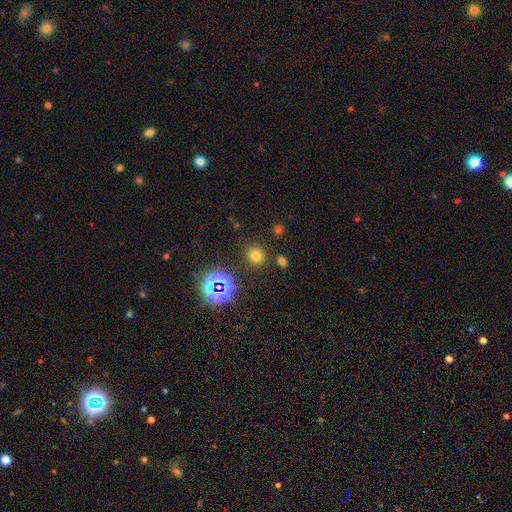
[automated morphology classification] smooth 68%, star or artifact 25%, featured or disk 7%. Down the decision tree: how rounded — round (79%); merging — none (84%).